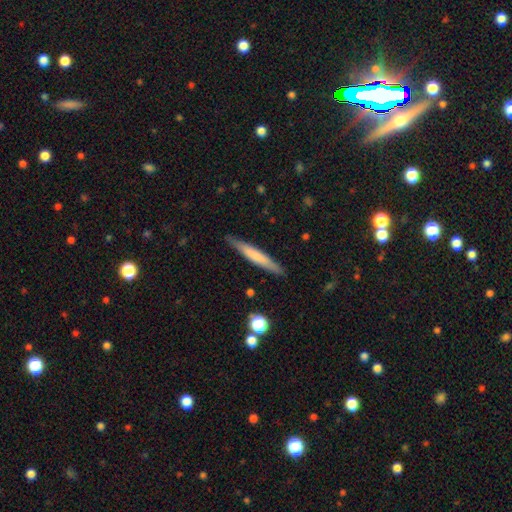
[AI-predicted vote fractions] Overall: smooth (59%; featured or disk 35%). How rounded: cigar-shaped (95%). Merging: none (88%).